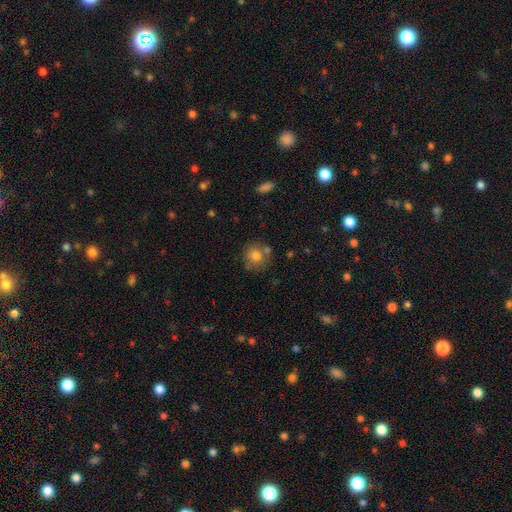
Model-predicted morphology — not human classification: Q: Smooth or featured?
A: smooth (76%); runner-up: featured or disk (14%)
Q: How rounded?
A: round (88%); runner-up: in between (11%)
Q: Merging?
A: none (65%); runner-up: minor disturbance (16%)